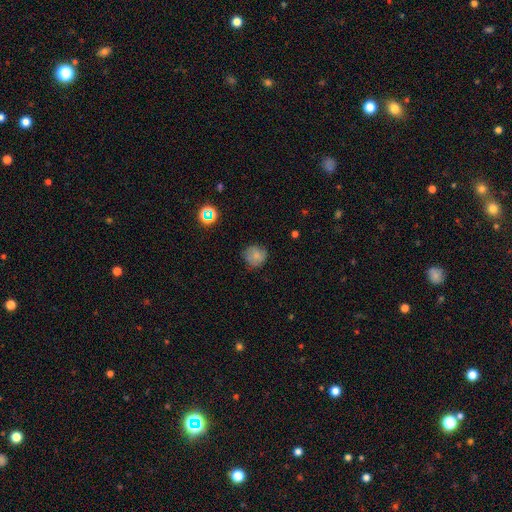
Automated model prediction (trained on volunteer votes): Q: Smooth or featured?
A: smooth (75%); runner-up: featured or disk (14%)
Q: How rounded?
A: round (87%); runner-up: in between (12%)
Q: Merging?
A: none (72%); runner-up: minor disturbance (21%)